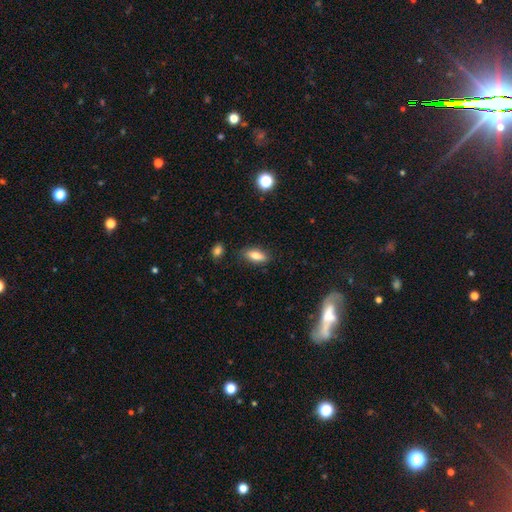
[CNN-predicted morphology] A smooth galaxy with no disk features (80%) that is in between round and cigar-shaped (77%).

Vote fractions:
- Smooth or featured? smooth: 80% / featured or disk: 12% / star or artifact: 8%
- How rounded? in between: 77% / cigar-shaped: 20% / round: 3%
- Merging? none: 84% / minor disturbance: 12% / major disturbance: 3% / merger: 2%